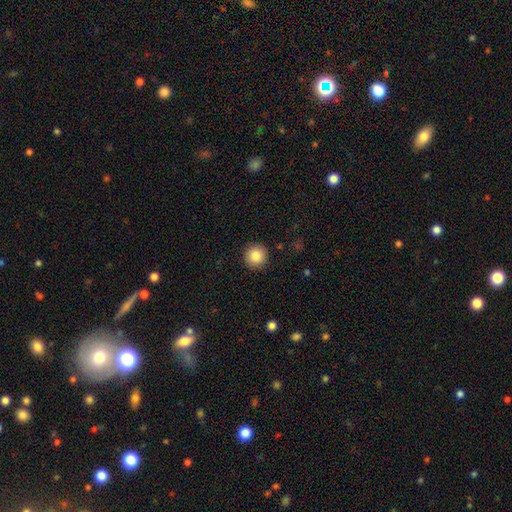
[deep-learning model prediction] smooth-or-featured: smooth: 86% | star or artifact: 9% | featured or disk: 5%
  how-rounded: round: 94% | in between: 5% | cigar-shaped: 1%
  merging: none: 91% | minor disturbance: 6% | major disturbance: 2% | merger: 1%